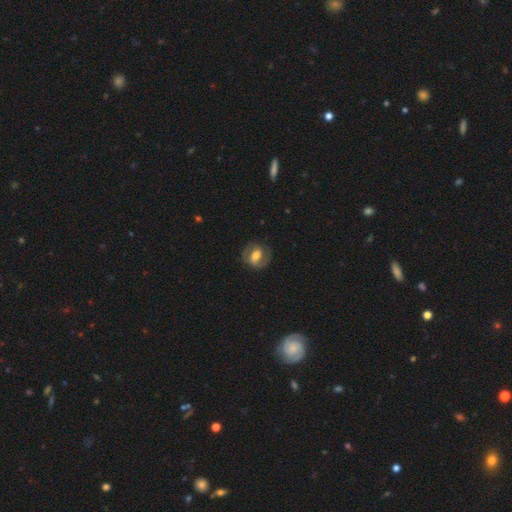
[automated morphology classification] A featured or disk galaxy (62%) with a weak bar (38%), spiral arms (70%) and a moderate central bulge (58%).

Vote fractions:
- Smooth or featured? featured or disk: 62% / smooth: 31% / star or artifact: 6%
- Edge-on disk? no: 95% / yes: 5%
- Bar? weak: 38% / strong: 37% / no: 25%
- Spiral arms? yes: 70% / no: 30%
- Bulge size? moderate: 58% / large: 22% / small: 15% / none: 2% / dominant: 2%
- Merging? none: 76% / minor disturbance: 14% / major disturbance: 8% / merger: 1%